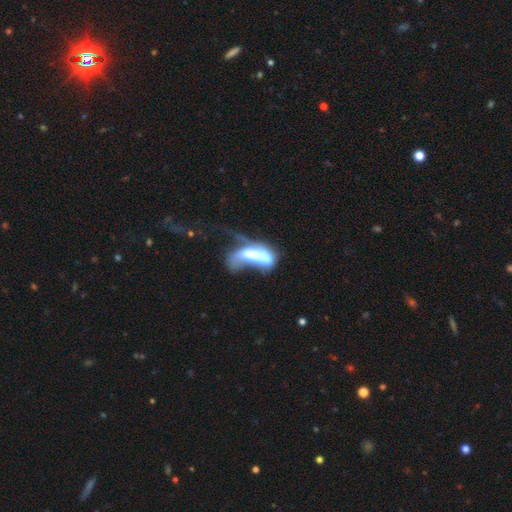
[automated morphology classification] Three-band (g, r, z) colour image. It shows a featured or disk galaxy (51%). Merging: major disturbance (42%).